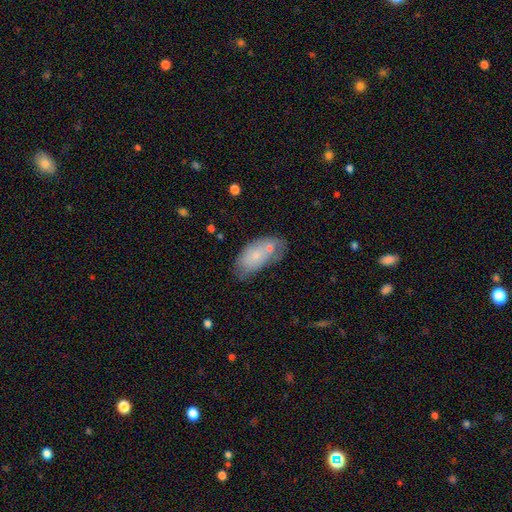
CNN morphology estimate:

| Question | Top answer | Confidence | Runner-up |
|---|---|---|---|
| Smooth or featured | smooth | 68% | featured or disk (25%) |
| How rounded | in between | 92% | cigar-shaped (4%) |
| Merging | none | 39% | merger (28%) |